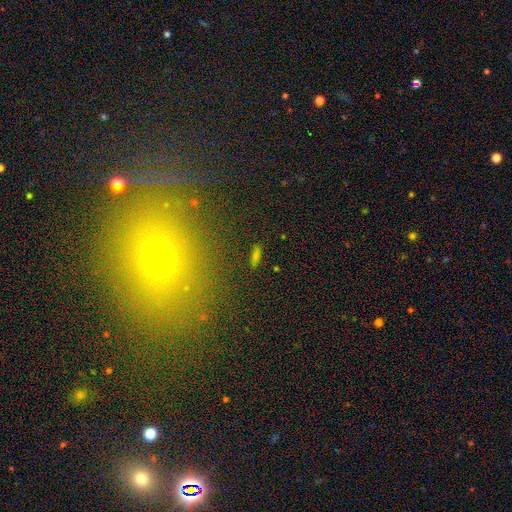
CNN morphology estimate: The model was most divided on "how rounded": in between: 52%, cigar-shaped: 35%, round: 13%. More confident: merging — none (84%); smooth or featured — smooth (52%).